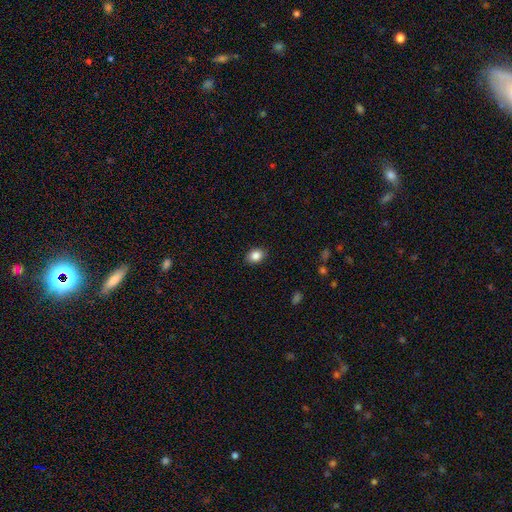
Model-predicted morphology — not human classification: smooth-or-featured: smooth: 86% | star or artifact: 9% | featured or disk: 5%
  how-rounded: in between: 61% | round: 38% | cigar-shaped: 1%
  merging: none: 89% | minor disturbance: 8% | major disturbance: 2% | merger: 1%